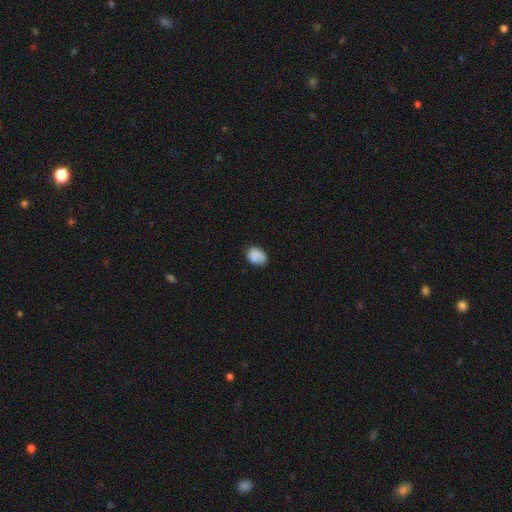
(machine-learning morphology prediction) Overall: smooth (81%). How rounded: in between (67%; round 32%). Merging: none (67%).